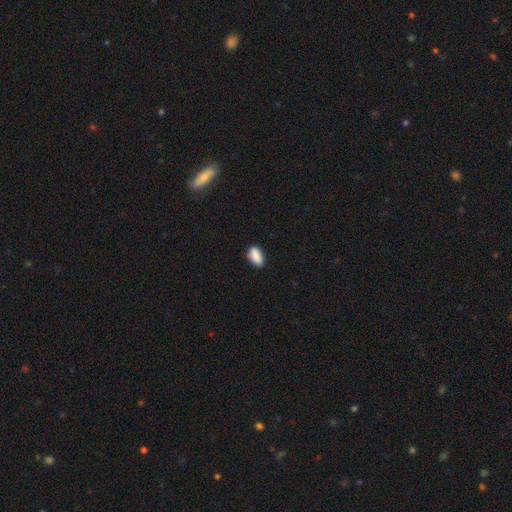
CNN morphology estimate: type=smooth (87%); roundness=in between (88%); merging=none (79%).